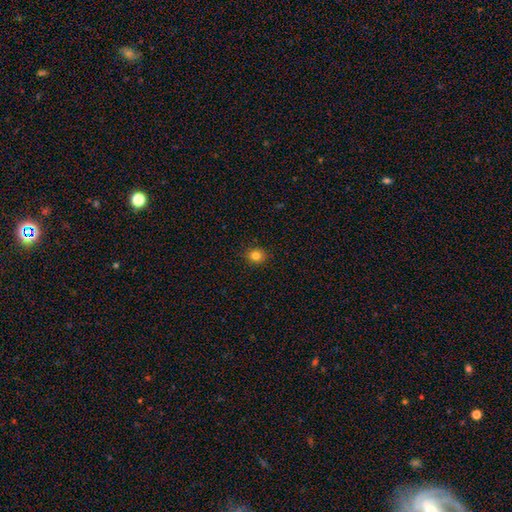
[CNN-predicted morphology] The model was most divided on "how rounded": round: 78%, in between: 21%, cigar-shaped: 1%. More confident: merging — none (90%); smooth or featured — smooth (81%).